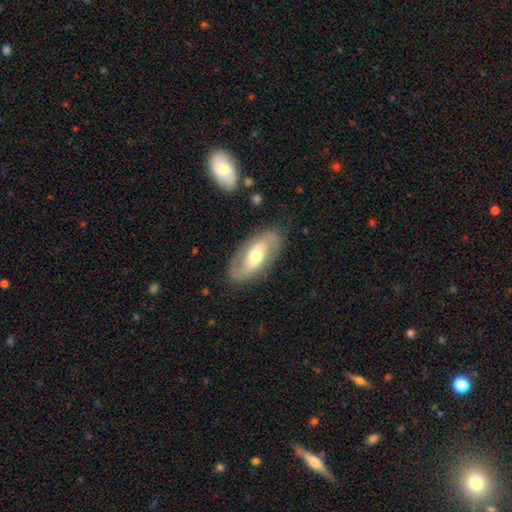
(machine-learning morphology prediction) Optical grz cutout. It shows a featured or disk galaxy (65%) with no bar (46%), spiral arms (70%) and a moderate central bulge (70%). Merging: none (83%).